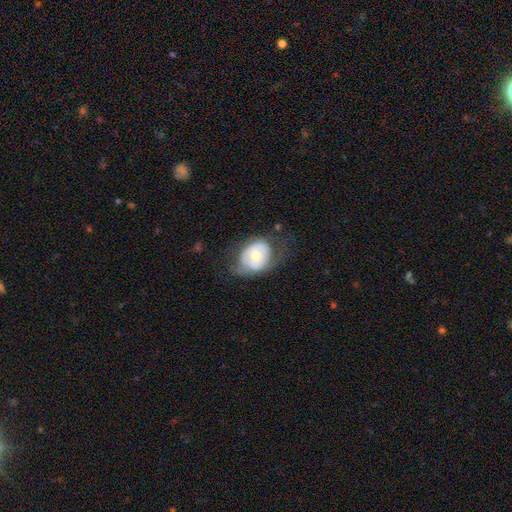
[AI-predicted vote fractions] featured or disk 52%, smooth 42%, star or artifact 6%. Down the decision tree: edge-on disk — no (95%); merging — none (52%).